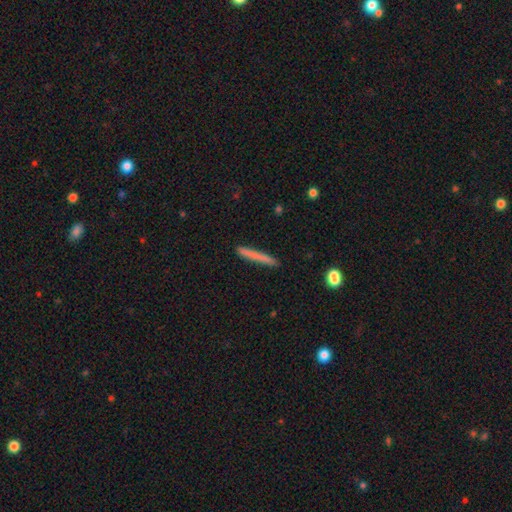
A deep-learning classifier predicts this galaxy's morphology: smooth-or-featured: smooth: 73% | featured or disk: 21% | star or artifact: 6%
  how-rounded: cigar-shaped: 97% | in between: 2% | round: 1%
  merging: none: 89% | minor disturbance: 8% | major disturbance: 2% | merger: 1%